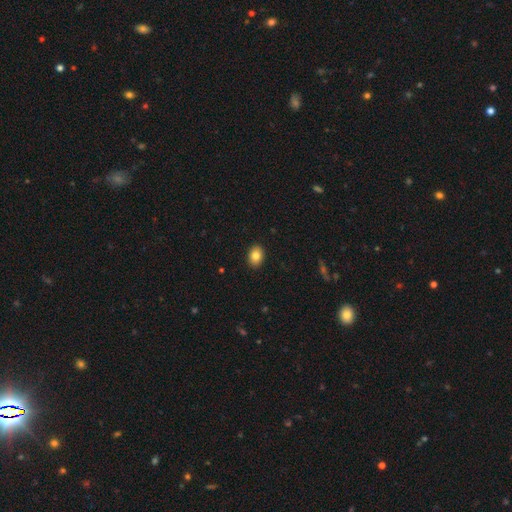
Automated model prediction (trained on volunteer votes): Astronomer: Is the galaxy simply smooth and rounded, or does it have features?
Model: smooth — 83%.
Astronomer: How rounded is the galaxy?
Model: in between — 76%.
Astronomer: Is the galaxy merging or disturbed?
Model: none — 91%.